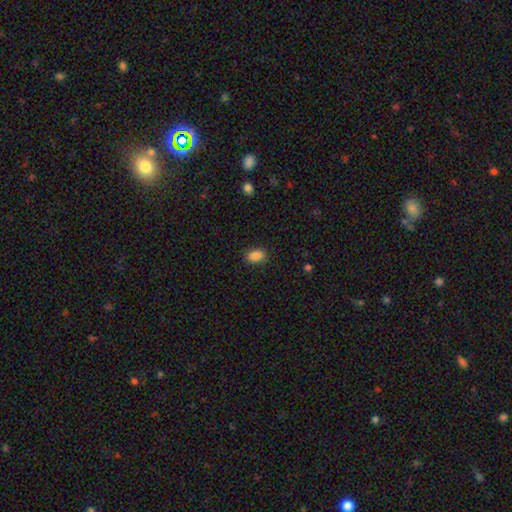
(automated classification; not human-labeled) Smooth or featured? Predicted: smooth (p=0.87). How rounded? Predicted: in between (p=0.85). Merging? Predicted: none (p=0.88).